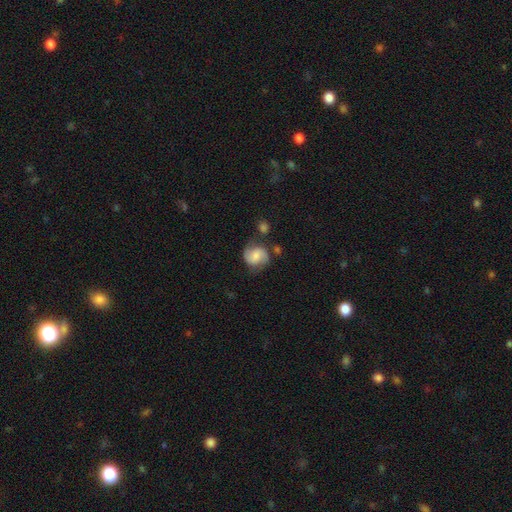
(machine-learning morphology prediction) A featured or disk galaxy (54%) with no bar (44%), spiral arms (90%) and a moderate central bulge (36%).

Vote fractions:
- Smooth or featured? featured or disk: 54% / smooth: 38% / star or artifact: 8%
- Edge-on disk? no: 97% / yes: 3%
- Bar? no: 44% / weak: 43% / strong: 13%
- Spiral arms? yes: 90% / no: 10%
- Bulge size? moderate: 36% / small: 31% / none: 17% / large: 13% / dominant: 3%
- Merging? none: 64% / minor disturbance: 20% / merger: 9% / major disturbance: 8%